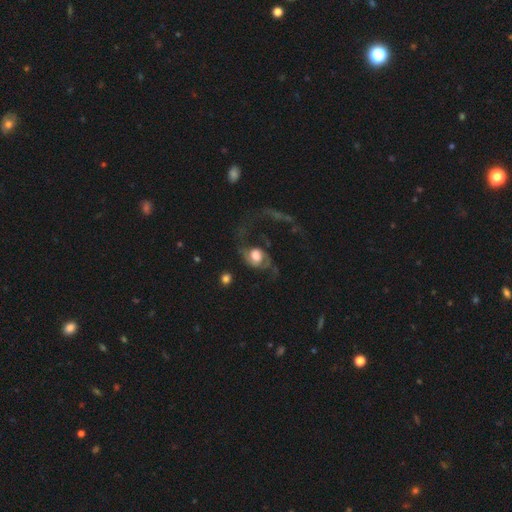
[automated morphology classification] Smooth or featured?
  - featured or disk: 66% *
  - smooth: 27%
  - star or artifact: 7%
Edge-on disk?
  - no: 96% *
  - yes: 4%
Bar?
  - no: 67% *
  - weak: 26%
  - strong: 7%
Spiral arms?
  - yes: 83% *
  - no: 17%
Spiral winding?
  - loose: 60% *
  - medium: 30%
  - tight: 9%
Spiral arm count?
  - 2: 76% *
  - 1: 13%
  - can't tell: 6%
  - 3: 2%
  - 4: 2%
  - more than 4: 2%
Bulge size?
  - large: 44% *
  - moderate: 40%
  - dominant: 8%
  - small: 5%
  - none: 2%
Merging?
  - major disturbance: 48% *
  - none: 31%
  - minor disturbance: 15%
  - merger: 5%